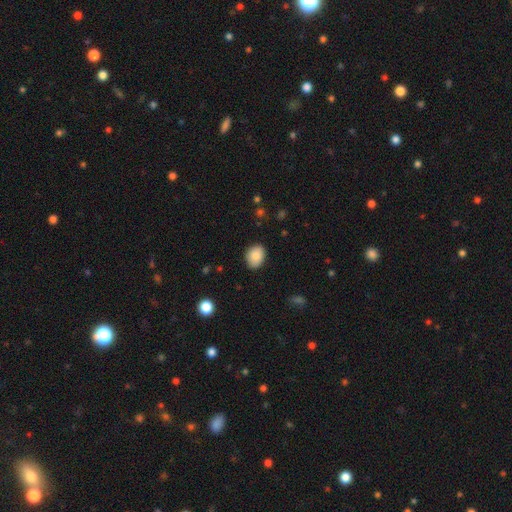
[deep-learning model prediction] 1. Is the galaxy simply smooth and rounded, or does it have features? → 87% smooth, 7% star or artifact, 6% featured or disk.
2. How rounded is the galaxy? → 68% in between, 31% round, 1% cigar-shaped.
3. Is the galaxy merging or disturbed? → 86% none, 11% minor disturbance, 2% major disturbance, 1% merger.